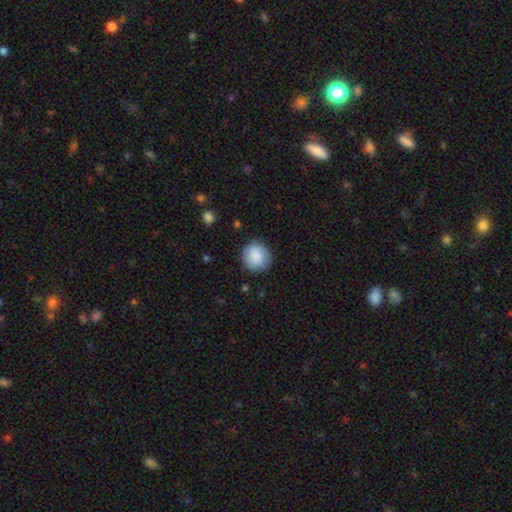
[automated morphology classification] smooth 86%, star or artifact 7%, featured or disk 7%. Down the decision tree: how rounded — round (93%); merging — none (85%).